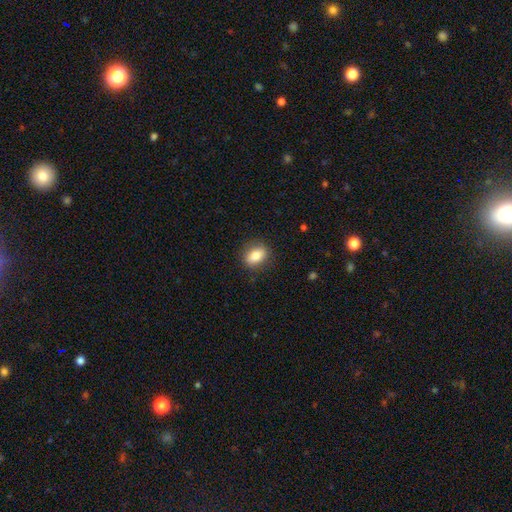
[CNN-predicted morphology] smooth 83%, featured or disk 9%, star or artifact 8%. Down the decision tree: how rounded — in between (69%); merging — none (87%).